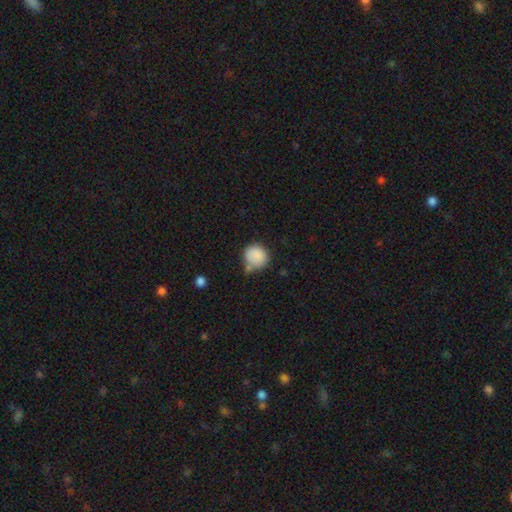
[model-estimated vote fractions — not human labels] smooth 87%, star or artifact 8%, featured or disk 5%. Down the decision tree: how rounded — round (87%); merging — none (58%).